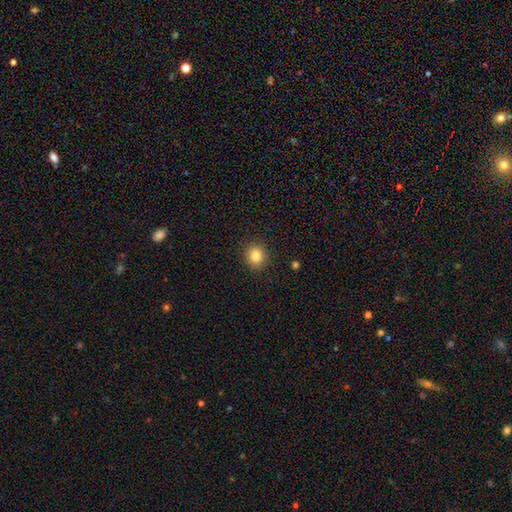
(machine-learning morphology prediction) Smooth or featured? smooth (83%)
How rounded? round (83%)
Merging? none (90%)